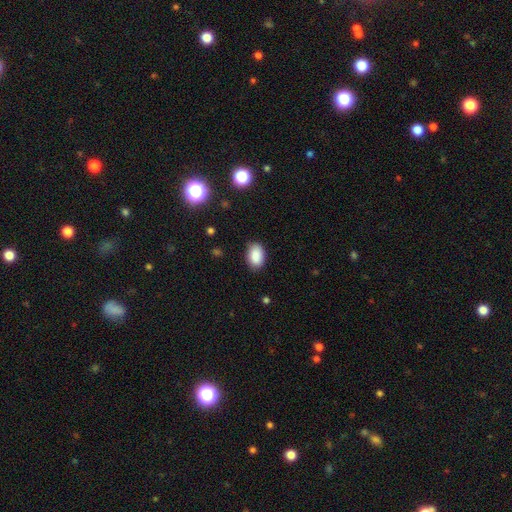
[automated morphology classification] A smooth galaxy with no disk features (88%) that is in between round and cigar-shaped (89%). Merging: none (84%).